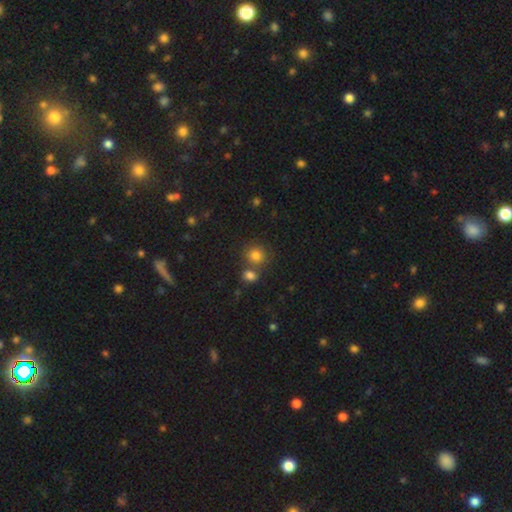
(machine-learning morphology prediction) A smooth galaxy with no disk features (81%) that is round (85%).

Vote fractions:
- Smooth or featured? smooth: 81% / star or artifact: 12% / featured or disk: 7%
- How rounded? round: 85% / in between: 14% / cigar-shaped: 1%
- Merging? none: 61% / merger: 26% / minor disturbance: 9% / major disturbance: 3%